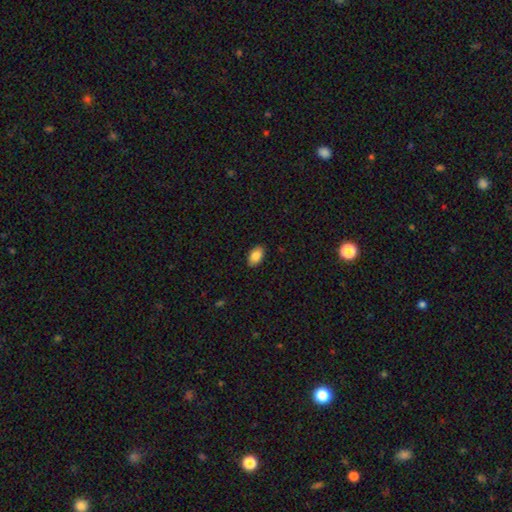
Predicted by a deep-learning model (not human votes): smooth 86%, featured or disk 7%, star or artifact 7%. Down the decision tree: how rounded — in between (92%); merging — none (89%).